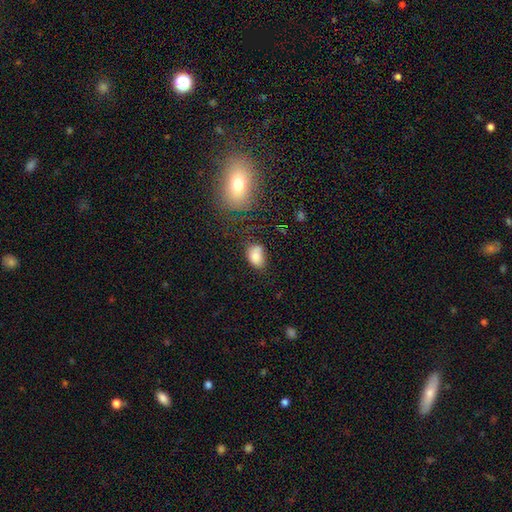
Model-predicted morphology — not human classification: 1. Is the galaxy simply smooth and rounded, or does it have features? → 82% smooth, 10% star or artifact, 8% featured or disk.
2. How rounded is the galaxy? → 84% in between, 15% round, 2% cigar-shaped.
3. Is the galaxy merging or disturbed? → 54% none, 29% minor disturbance, 9% major disturbance, 9% merger.